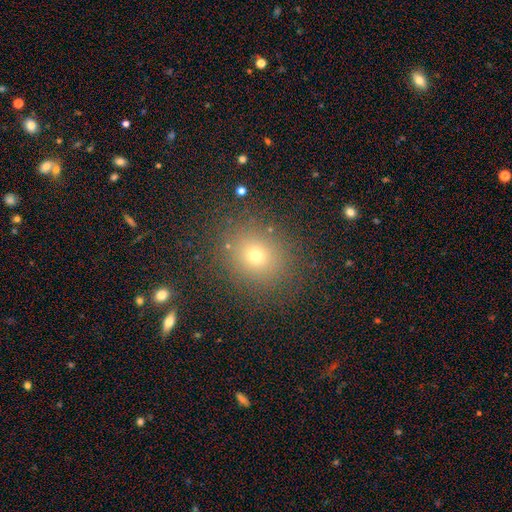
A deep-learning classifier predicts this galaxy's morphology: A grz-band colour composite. It shows a smooth galaxy with no disk features (70%) that is round (70%). Merging: none (85%).